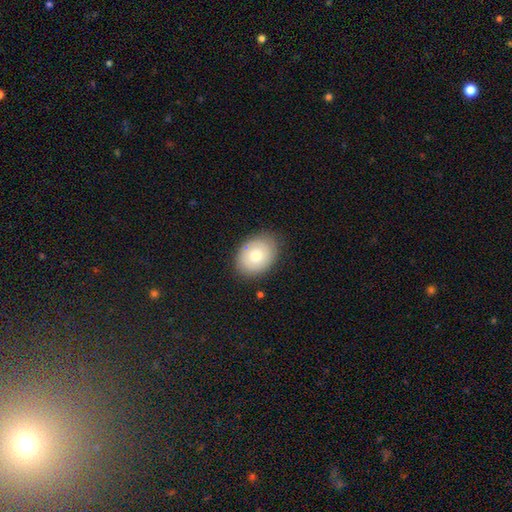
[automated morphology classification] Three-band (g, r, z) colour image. It shows a smooth galaxy with no disk features (71%) that is in between round and cigar-shaped (65%). Merging: none (82%).